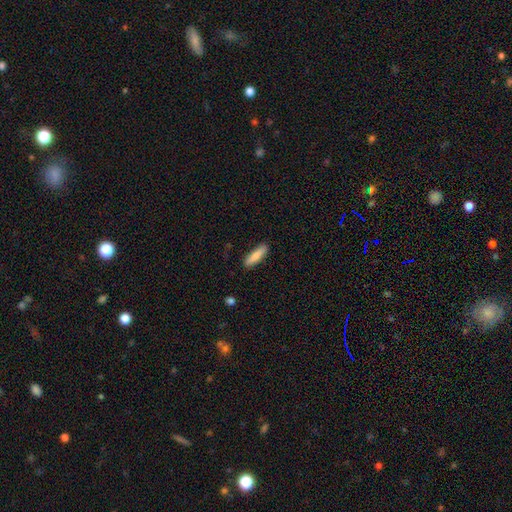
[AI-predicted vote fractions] smooth_or_featured: smooth (p=0.76) [alt: featured or disk p=0.18]
how_rounded: cigar-shaped (p=0.69) [alt: in between p=0.29]
merging: none (p=0.88) [alt: minor disturbance p=0.09]